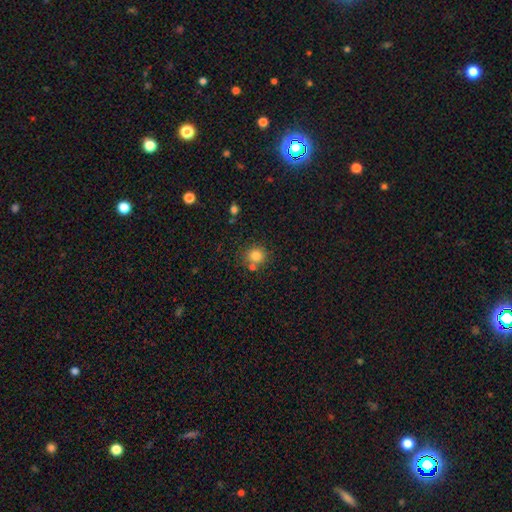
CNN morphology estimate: smooth 80%, star or artifact 12%, featured or disk 8%. Down the decision tree: how rounded — round (86%); merging — none (69%).